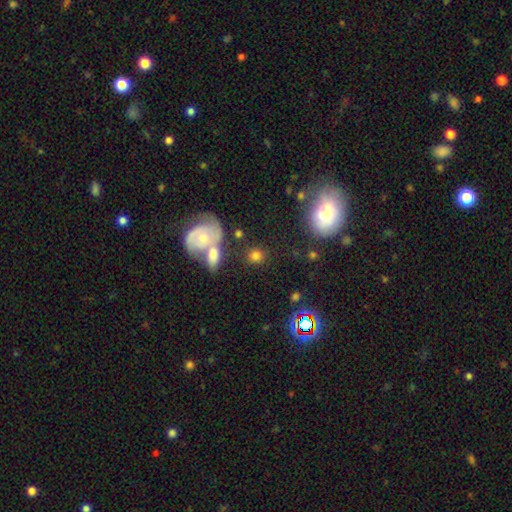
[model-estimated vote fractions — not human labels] This is likely a smooth galaxy (71%). How rounded: likely round (73%). Merging: likely none (60%).